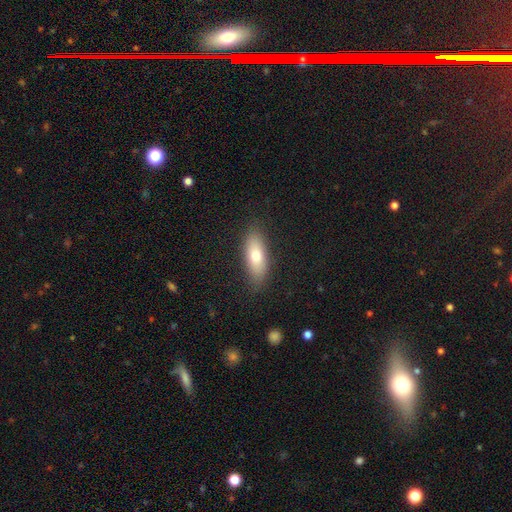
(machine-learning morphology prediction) Smooth or featured? smooth (72%)
How rounded? in between (71%)
Merging? none (84%)